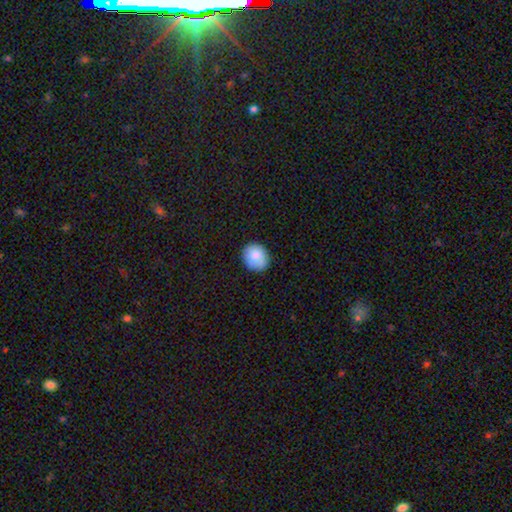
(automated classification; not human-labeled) Smooth or featured? Predicted: smooth (p=0.84). How rounded? Predicted: round (p=0.63). Merging? Predicted: none (p=0.81).